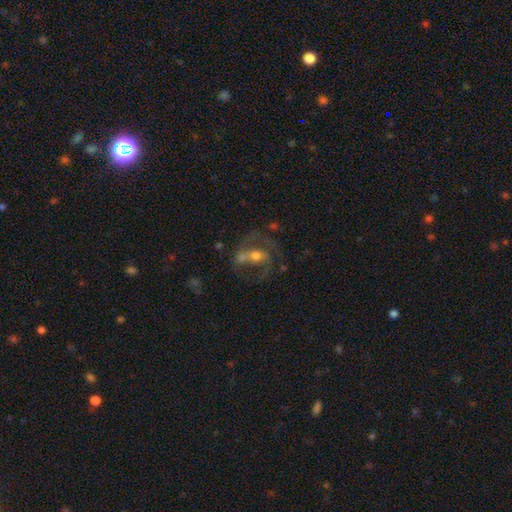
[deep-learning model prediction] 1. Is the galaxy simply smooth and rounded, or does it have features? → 68% featured or disk, 22% smooth, 10% star or artifact.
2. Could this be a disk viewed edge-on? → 96% no, 4% yes.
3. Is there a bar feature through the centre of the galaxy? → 44% no, 36% weak, 20% strong.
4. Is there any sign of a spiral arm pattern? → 75% yes, 25% no.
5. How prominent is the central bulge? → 62% moderate, 24% small, 9% large, 3% none, 2% dominant.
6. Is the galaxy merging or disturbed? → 39% none, 24% merger, 22% major disturbance, 15% minor disturbance.